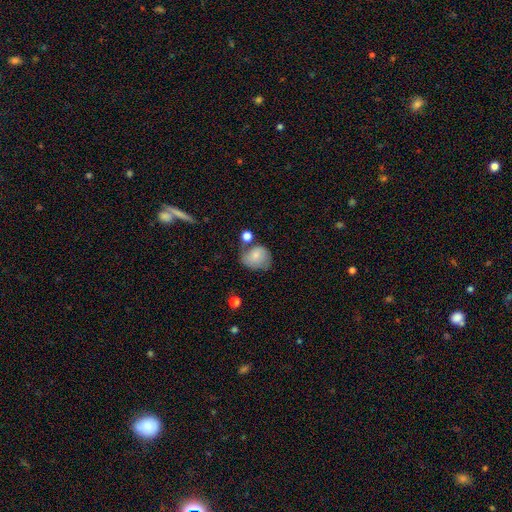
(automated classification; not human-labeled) A smooth galaxy with no disk features (75%) that is round (62%). Merging: none (41%).